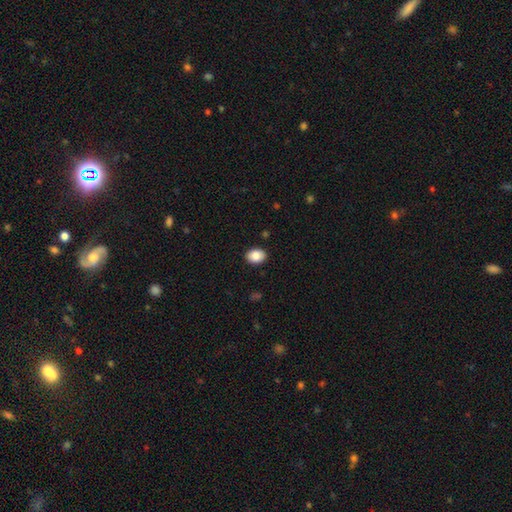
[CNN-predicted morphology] smooth 85%, star or artifact 8%, featured or disk 7%. Down the decision tree: how rounded — in between (71%); merging — none (90%).